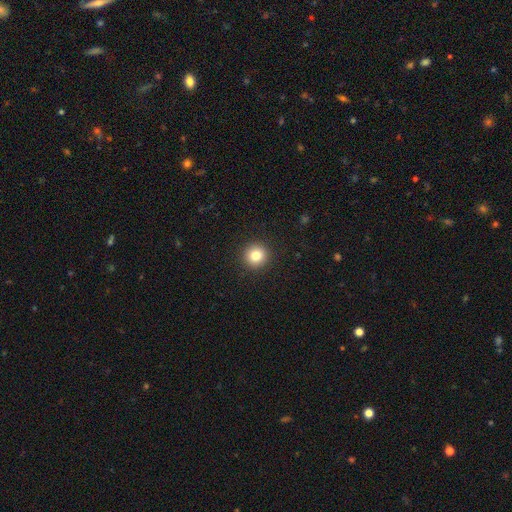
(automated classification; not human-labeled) Smooth or featured: smooth — 82% (star or artifact — 11%)
How rounded: round — 95% (in between — 4%)
Merging: none — 93% (minor disturbance — 5%)